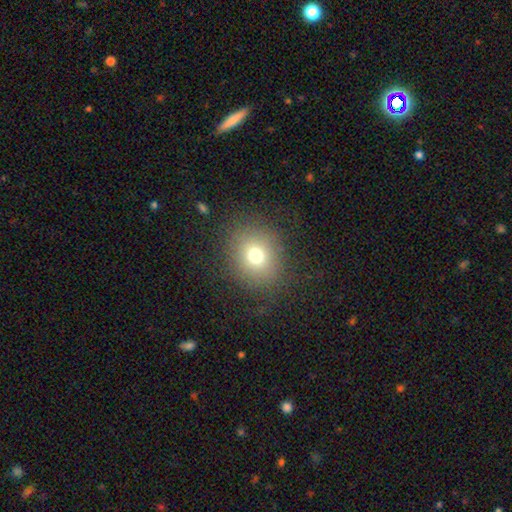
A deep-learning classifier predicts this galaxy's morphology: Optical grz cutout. It shows a smooth galaxy with no disk features (72%) that is round (79%). Merging: none (83%).